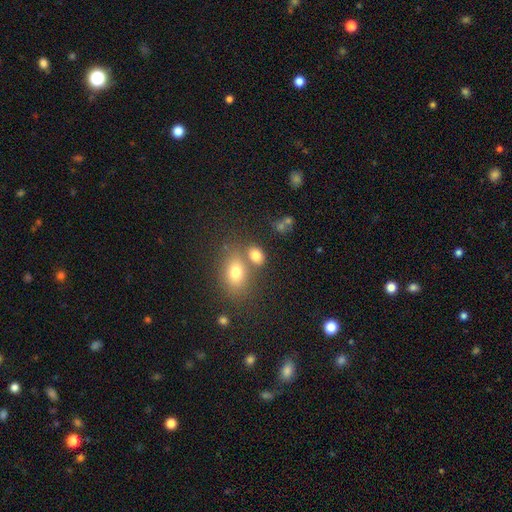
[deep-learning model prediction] Smooth or featured? smooth (78%)
How rounded? in between (75%)
Merging? none (53%)